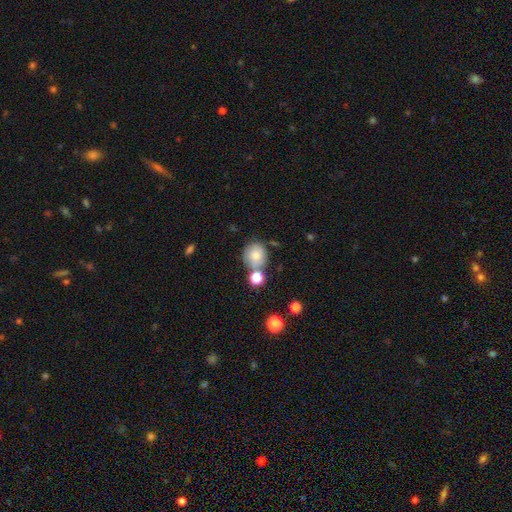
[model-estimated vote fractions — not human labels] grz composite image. It shows a smooth galaxy with no disk features (75%) that is round (81%). Merging: none (55%).